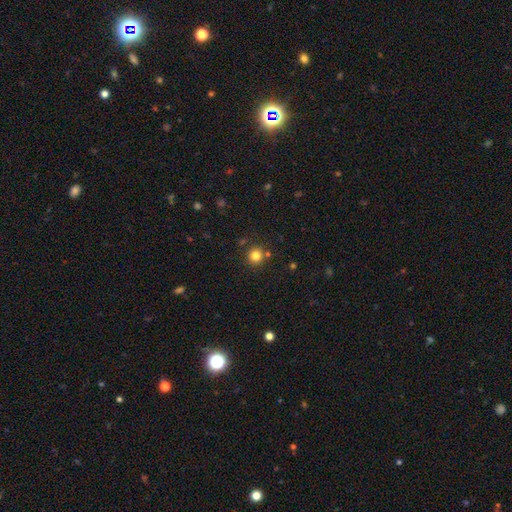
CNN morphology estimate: Smooth or featured?
  - smooth: 81% *
  - star or artifact: 14%
  - featured or disk: 5%
How rounded?
  - round: 93% *
  - in between: 7%
  - cigar-shaped: 1%
Merging?
  - none: 84% *
  - minor disturbance: 7%
  - merger: 6%
  - major disturbance: 2%